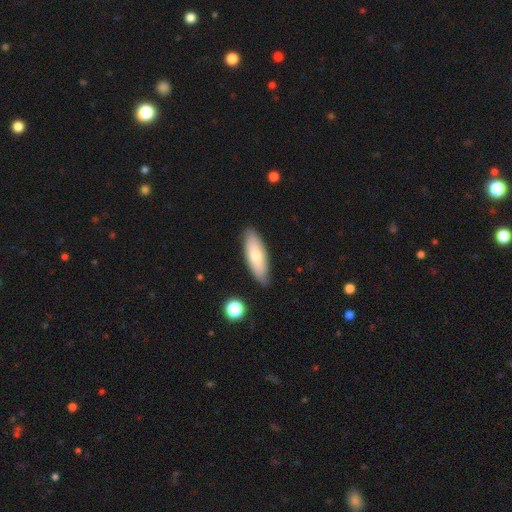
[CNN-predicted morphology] Overall: smooth (64%; featured or disk 30%). How rounded: in between (61%; cigar-shaped 37%). Merging: none (84%).